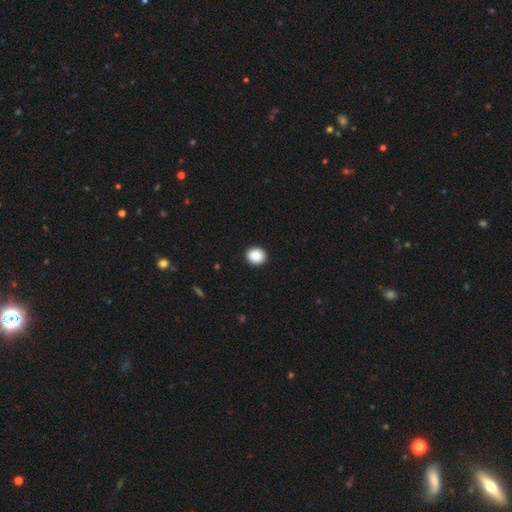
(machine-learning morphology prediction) This appears to be a smooth galaxy with no disk features (88%) that is round (72%). Merging: none (92%).